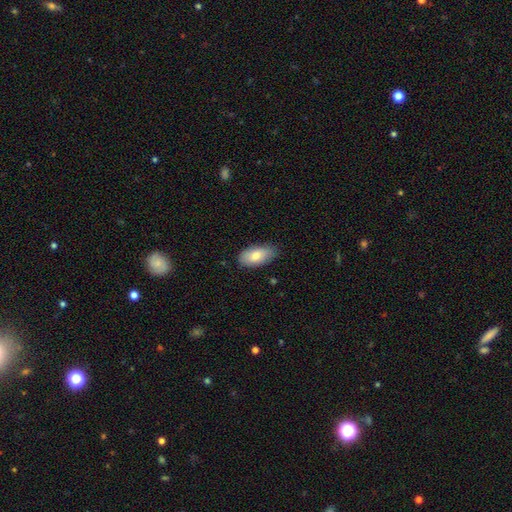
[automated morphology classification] Smooth or featured: smooth — 78% (featured or disk — 16%)
How rounded: in between — 92% (cigar-shaped — 5%)
Merging: none — 81% (minor disturbance — 15%)